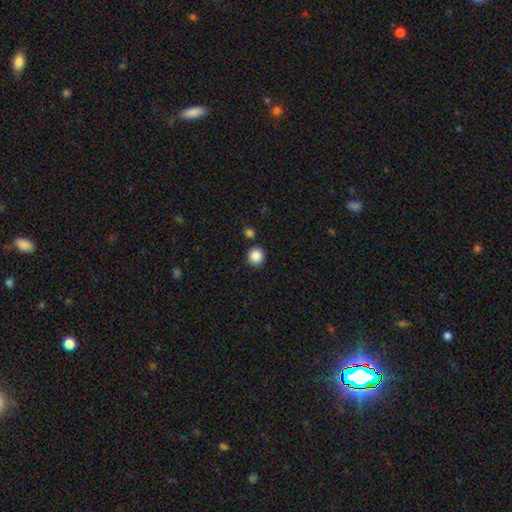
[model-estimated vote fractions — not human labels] This is clearly a smooth galaxy (88%). How rounded: clearly round (89%). Merging: clearly none (85%).